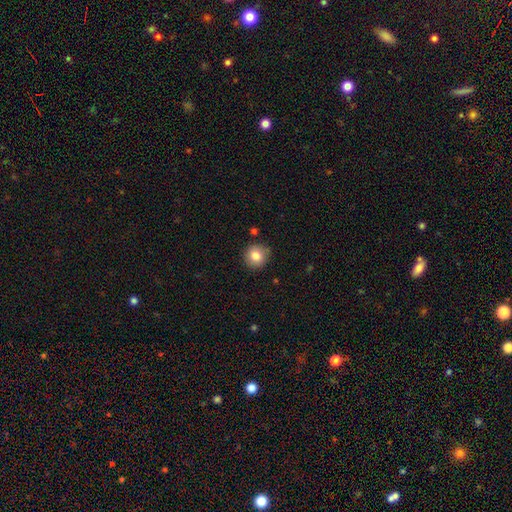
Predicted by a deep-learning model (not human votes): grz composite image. It shows a smooth galaxy with no disk features (83%) that is round (92%). Merging: none (86%).